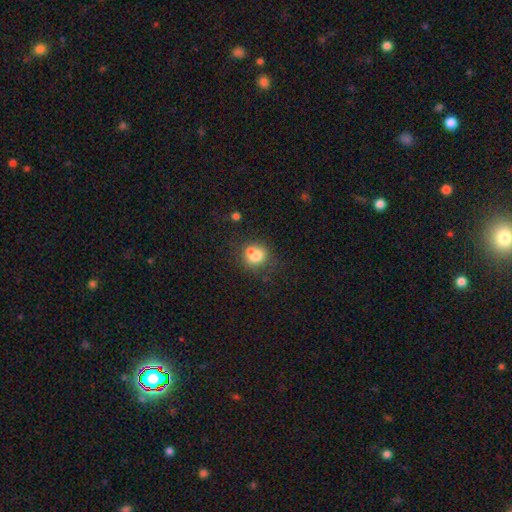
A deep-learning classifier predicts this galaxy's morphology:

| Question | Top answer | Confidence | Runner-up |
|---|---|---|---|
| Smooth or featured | smooth | 71% | featured or disk (17%) |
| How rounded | round | 77% | in between (22%) |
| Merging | none | 47% | merger (37%) |